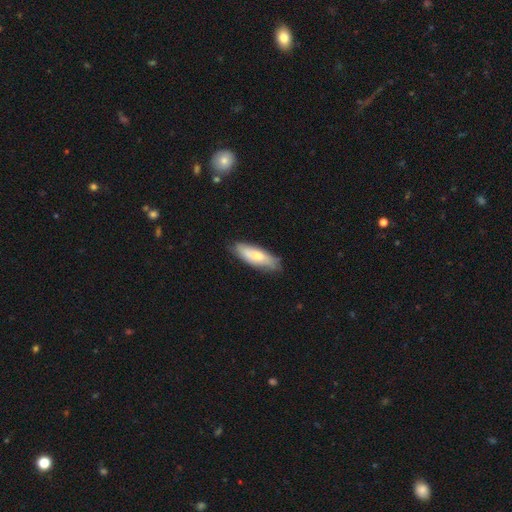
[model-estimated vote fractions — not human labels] A smooth galaxy with no disk features (69%) that is in between round and cigar-shaped (57%). Merging: none (76%).